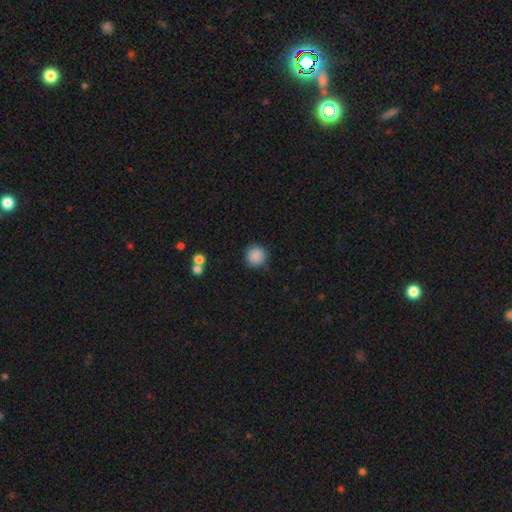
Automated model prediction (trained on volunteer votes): smooth-or-featured: smooth: 88% | star or artifact: 9% | featured or disk: 3%
  how-rounded: round: 92% | in between: 7% | cigar-shaped: 1%
  merging: none: 85% | minor disturbance: 10% | major disturbance: 3% | merger: 2%